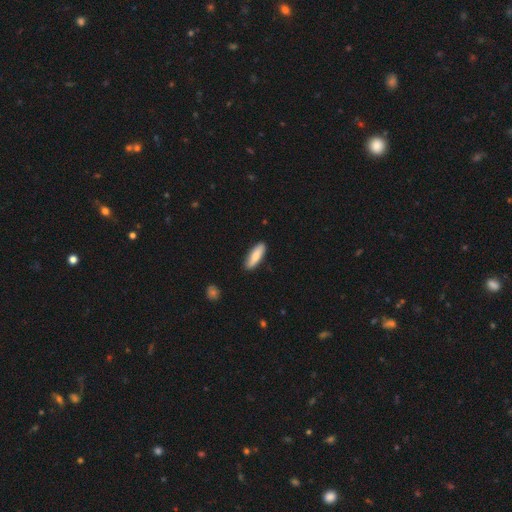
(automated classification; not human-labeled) This is clearly a smooth galaxy (81%). How rounded: possibly in between (50%). Merging: clearly none (88%).